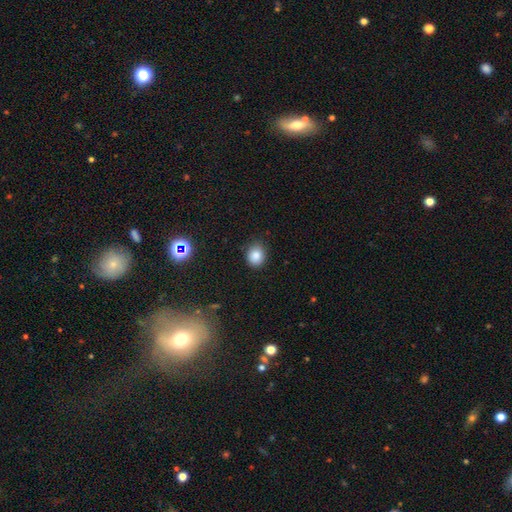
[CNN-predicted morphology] smooth 84%, star or artifact 11%, featured or disk 5%. Down the decision tree: how rounded — round (64%); merging — none (83%).